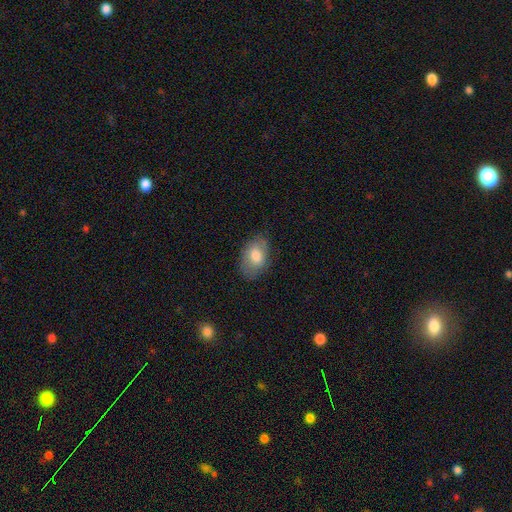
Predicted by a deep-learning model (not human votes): This is likely a smooth galaxy (74%). How rounded: clearly in between (89%). Merging: likely none (73%).